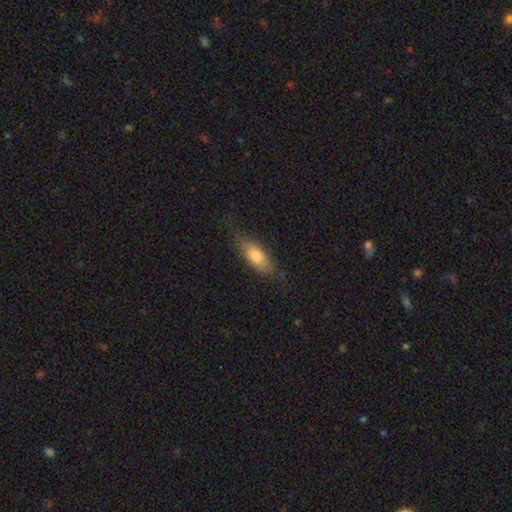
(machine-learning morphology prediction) smooth_or_featured: smooth (p=0.73) [alt: featured or disk p=0.21]
how_rounded: in between (p=0.69) [alt: cigar-shaped p=0.28]
merging: none (p=0.73) [alt: minor disturbance p=0.20]